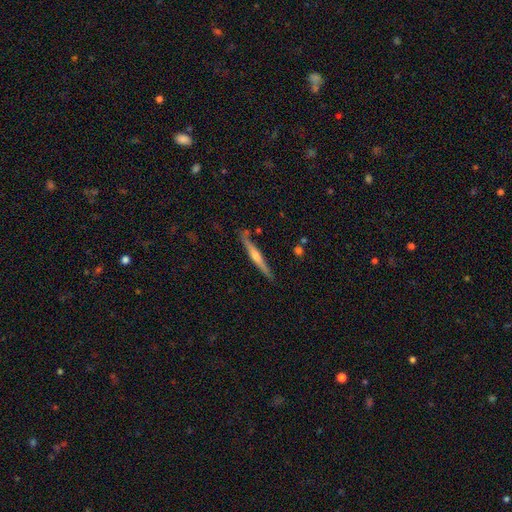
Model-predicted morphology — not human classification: featured or disk 71%, smooth 24%, star or artifact 6%. Down the decision tree: edge-on disk — yes (97%); edge-on bulge — rounded (80%); merging — none (85%).